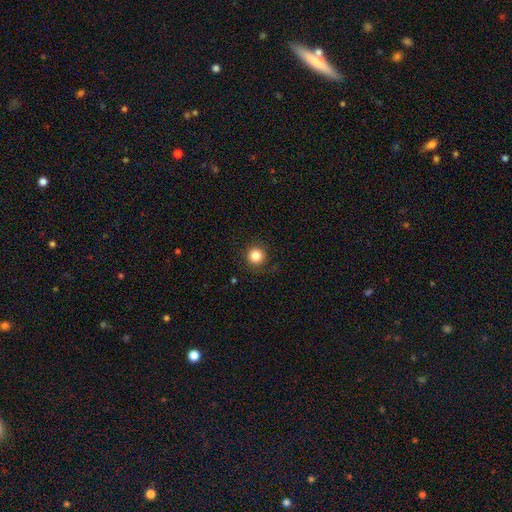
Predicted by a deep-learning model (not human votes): Smooth or featured: smooth — 84% (star or artifact — 11%)
How rounded: round — 95% (in between — 4%)
Merging: none — 88% (minor disturbance — 8%)